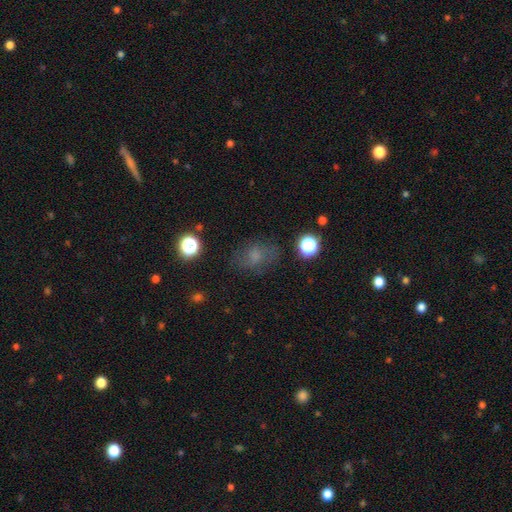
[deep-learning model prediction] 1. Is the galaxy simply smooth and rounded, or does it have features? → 56% smooth, 22% featured or disk, 22% star or artifact.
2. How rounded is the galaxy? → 65% in between, 33% round, 2% cigar-shaped.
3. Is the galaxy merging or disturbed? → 68% none, 20% minor disturbance, 10% major disturbance, 2% merger.